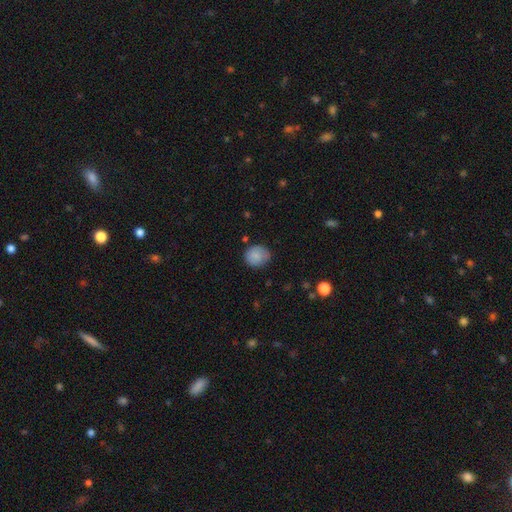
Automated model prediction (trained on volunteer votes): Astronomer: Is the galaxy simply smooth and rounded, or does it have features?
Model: smooth — 85%.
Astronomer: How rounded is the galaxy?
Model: round — 79%.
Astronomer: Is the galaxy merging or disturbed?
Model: none — 75%.